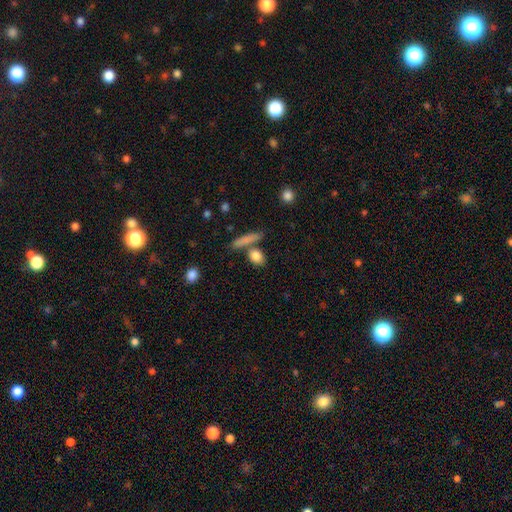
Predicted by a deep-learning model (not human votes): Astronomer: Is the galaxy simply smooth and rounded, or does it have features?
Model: smooth — 84%.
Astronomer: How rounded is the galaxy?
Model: in between — 46% (runner-up: round, 37%).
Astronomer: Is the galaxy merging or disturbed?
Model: none — 68%.